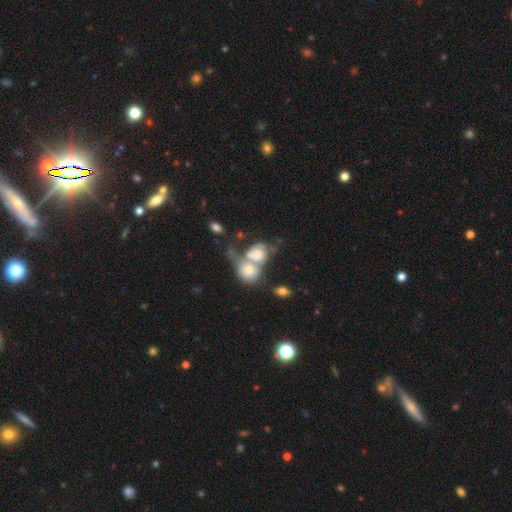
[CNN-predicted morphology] smooth 55%, featured or disk 30%, star or artifact 15%. Down the decision tree: how rounded — round (56%); merging — merger (65%).